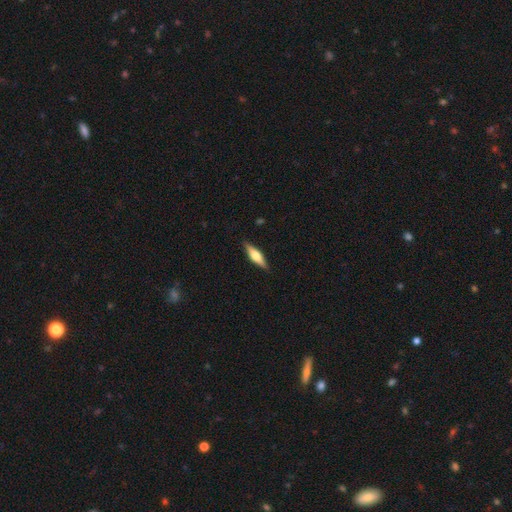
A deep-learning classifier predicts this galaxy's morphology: A featured or disk galaxy (53%) viewed edge-on (95%) with a rounded central bulge (90%). Merging: none (89%).